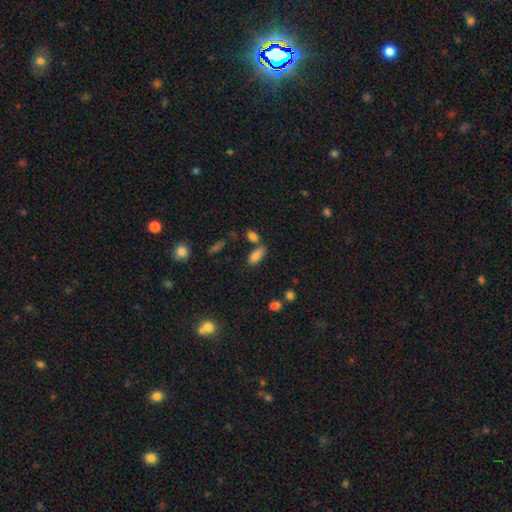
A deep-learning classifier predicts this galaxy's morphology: smooth_or_featured: smooth (p=0.83) [alt: star or artifact p=0.10]
how_rounded: in between (p=0.87) [alt: cigar-shaped p=0.10]
merging: none (p=0.57) [alt: merger p=0.22]